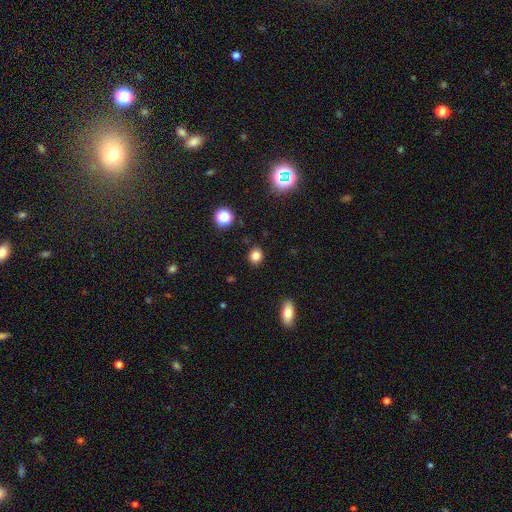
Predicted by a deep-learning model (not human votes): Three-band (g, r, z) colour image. It shows a smooth galaxy with no disk features (82%) that is round (72%). Merging: none (88%).